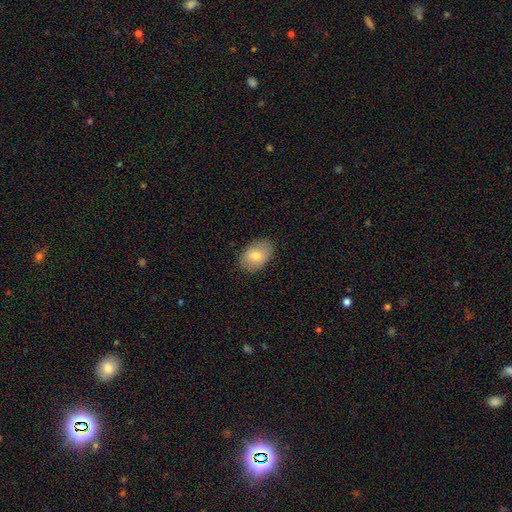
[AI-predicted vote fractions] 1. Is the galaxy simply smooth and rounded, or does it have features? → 76% smooth, 17% featured or disk, 7% star or artifact.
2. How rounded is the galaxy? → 83% in between, 16% round, 1% cigar-shaped.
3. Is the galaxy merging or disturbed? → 84% none, 13% minor disturbance, 3% major disturbance, 1% merger.